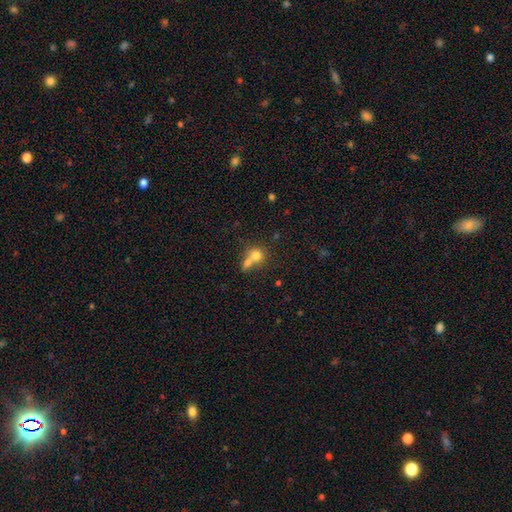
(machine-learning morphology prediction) Smooth or featured?
  - smooth: 75% *
  - featured or disk: 14%
  - star or artifact: 12%
How rounded?
  - round: 75% *
  - in between: 24%
  - cigar-shaped: 1%
Merging?
  - merger: 56% *
  - none: 33%
  - minor disturbance: 7%
  - major disturbance: 4%